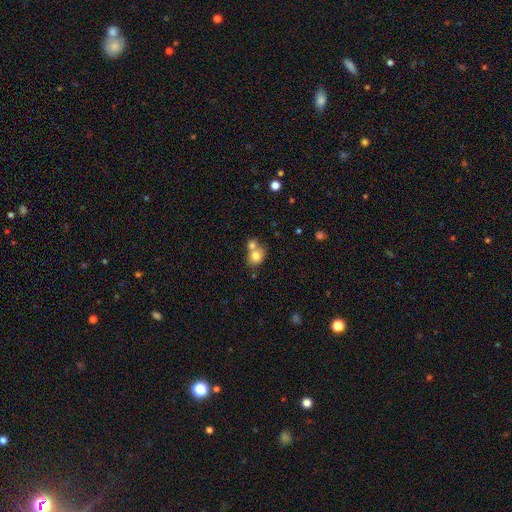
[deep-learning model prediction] Morphology: type=smooth (78%); roundness=round (54%); merging=merger (51%).